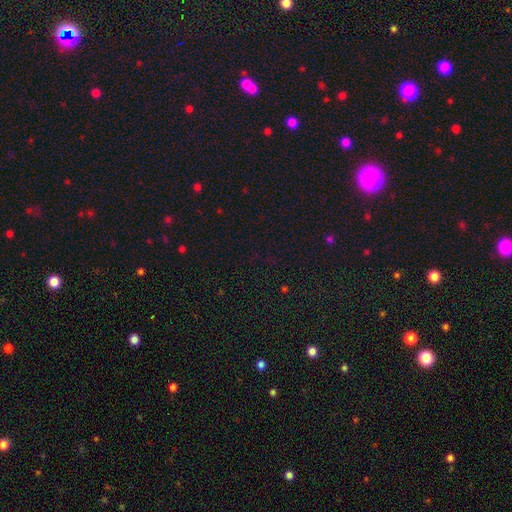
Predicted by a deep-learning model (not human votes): Smooth or featured?
  - star or artifact: 70% *
  - smooth: 22%
  - featured or disk: 7%